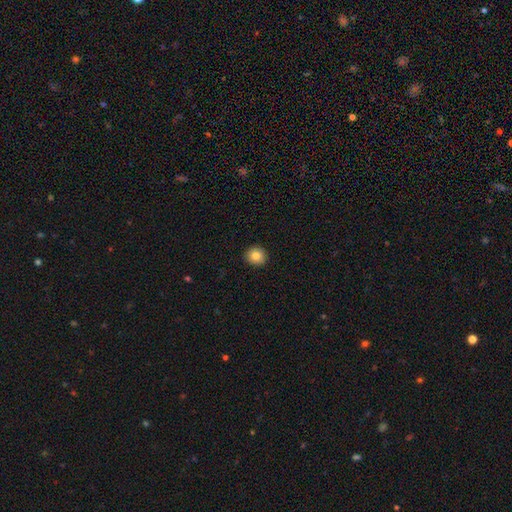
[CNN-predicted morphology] Smooth or featured? Predicted: smooth (p=0.85). How rounded? Predicted: round (p=0.89). Merging? Predicted: none (p=0.92).